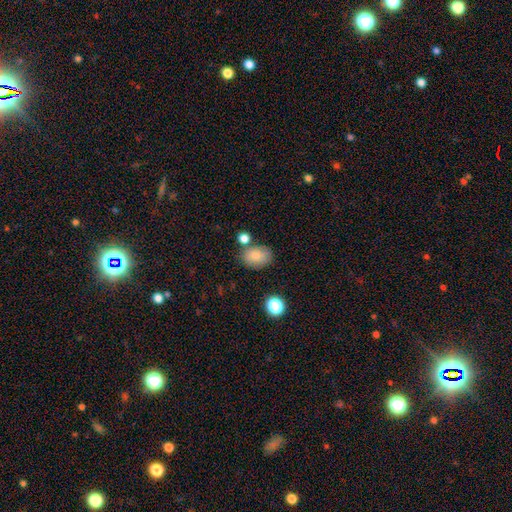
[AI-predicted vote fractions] Morphology: type=smooth (82%); roundness=in between (73%); merging=none (71%).